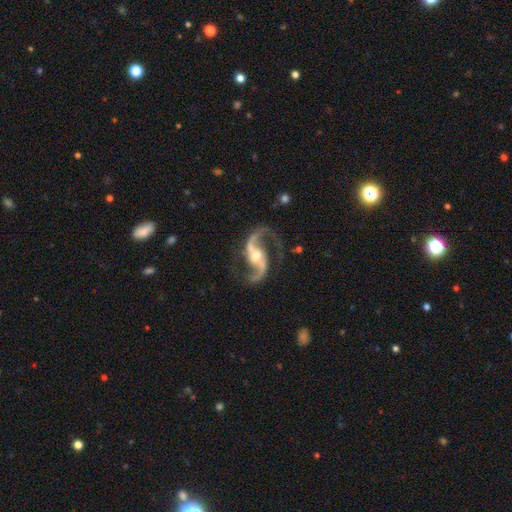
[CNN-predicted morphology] Smooth or featured? Predicted: featured or disk (p=0.94). Edge-on disk? Predicted: no (p=0.98). Bar? Predicted: weak (p=0.39). Spiral arms? Predicted: yes (p=0.98). Spiral winding? Predicted: loose (p=0.57). Spiral arm count? Predicted: 2 (p=0.95). Bulge size? Predicted: moderate (p=0.60). Merging? Predicted: none (p=0.78).